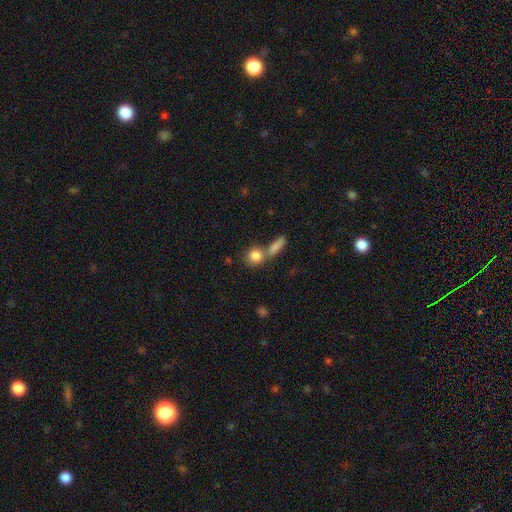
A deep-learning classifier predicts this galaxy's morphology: Smooth or featured: smooth — 83% (star or artifact — 9%)
How rounded: round — 75% (in between — 21%)
Merging: none — 50% (merger — 37%)